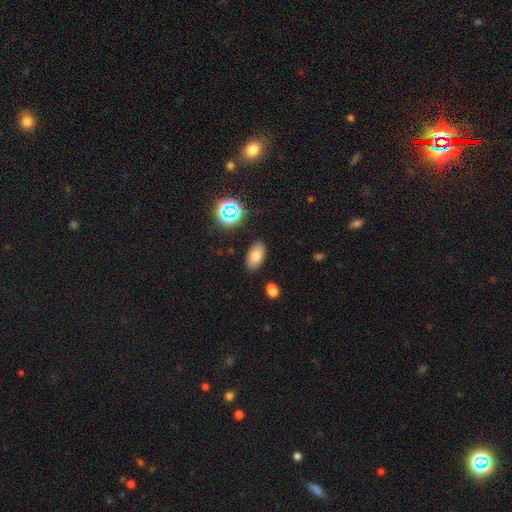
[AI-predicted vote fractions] This is likely a smooth galaxy (76%). How rounded: clearly in between (92%). Merging: clearly none (85%).